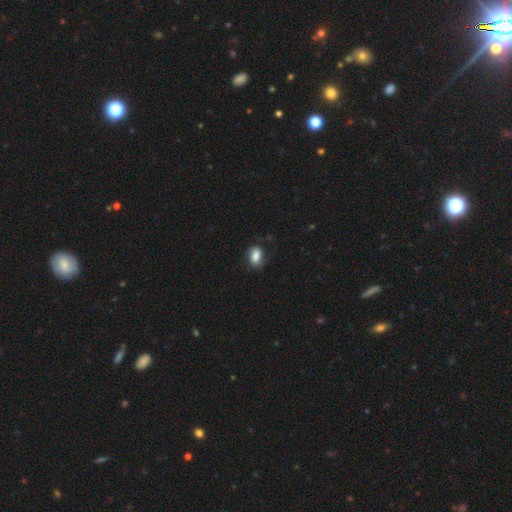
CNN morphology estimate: A smooth galaxy with no disk features (84%) that is in between round and cigar-shaped (86%). Merging: none (74%).